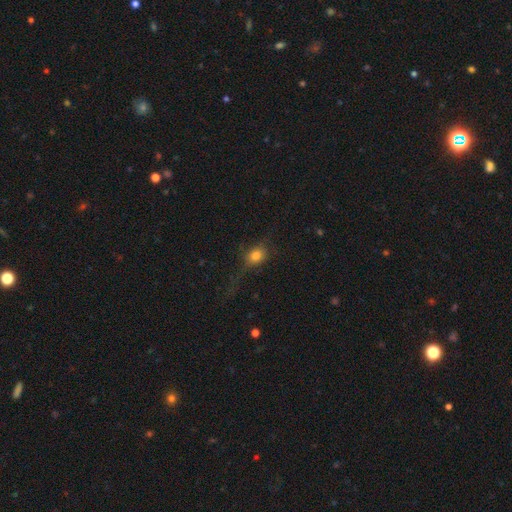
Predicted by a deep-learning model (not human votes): Smooth or featured?
  - smooth: 74% *
  - featured or disk: 13%
  - star or artifact: 13%
How rounded?
  - round: 52% *
  - in between: 44%
  - cigar-shaped: 4%
Merging?
  - none: 48% *
  - major disturbance: 29%
  - minor disturbance: 21%
  - merger: 3%